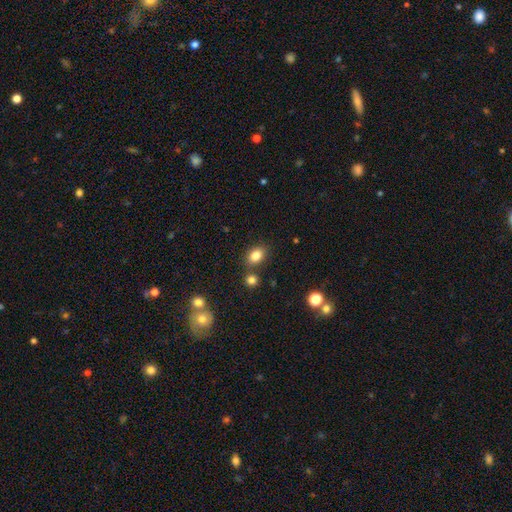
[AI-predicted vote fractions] smooth-or-featured: smooth: 83% | star or artifact: 10% | featured or disk: 7%
  how-rounded: in between: 69% | round: 29% | cigar-shaped: 1%
  merging: none: 73% | merger: 12% | minor disturbance: 11% | major disturbance: 3%